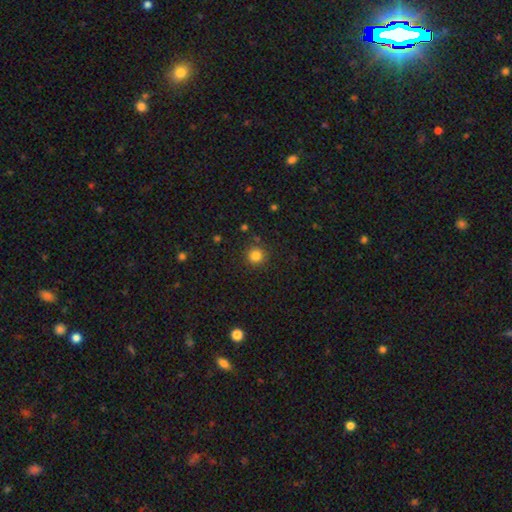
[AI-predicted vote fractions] A smooth galaxy with no disk features (83%) that is round (94%). Merging: none (88%).